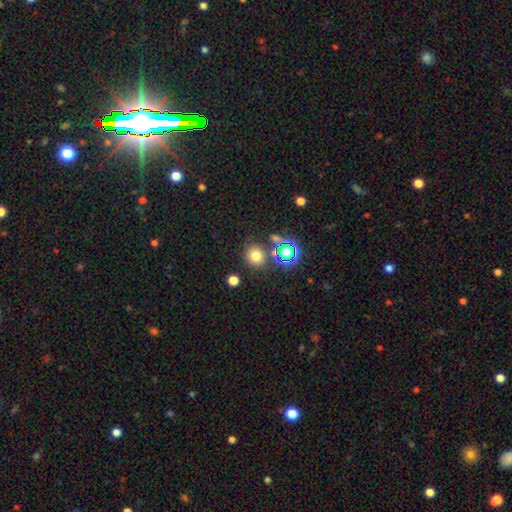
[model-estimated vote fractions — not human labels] smooth-or-featured: smooth: 72% | star or artifact: 21% | featured or disk: 7%
  how-rounded: round: 86% | in between: 13% | cigar-shaped: 1%
  merging: none: 78% | merger: 9% | minor disturbance: 9% | major disturbance: 3%